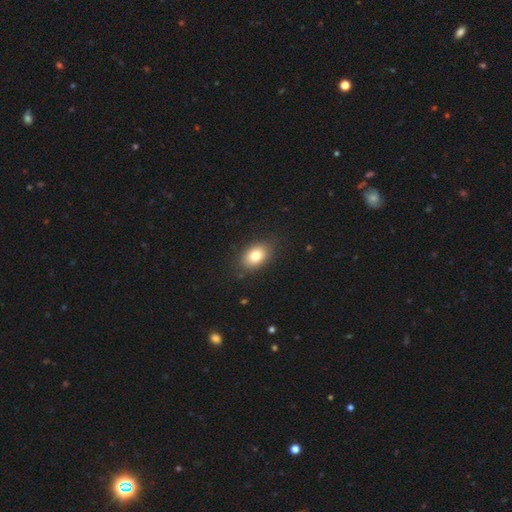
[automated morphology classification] Smooth or featured? Predicted: smooth (p=0.80). How rounded? Predicted: in between (p=0.79). Merging? Predicted: none (p=0.84).